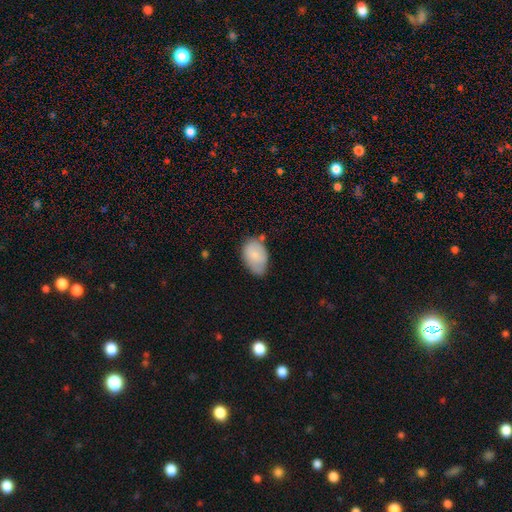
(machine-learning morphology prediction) Overall: smooth (78%). How rounded: in between (89%). Merging: none (47%; minor disturbance 39%).